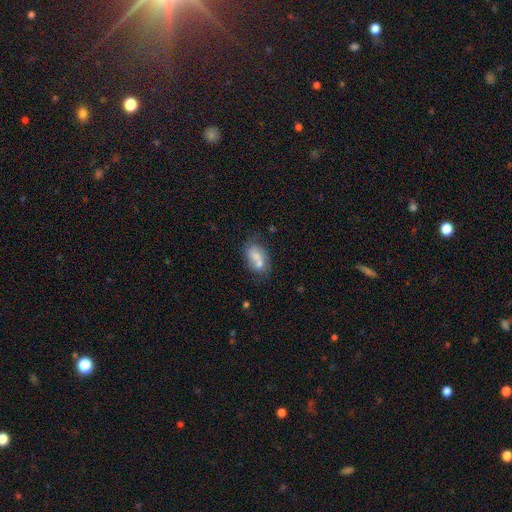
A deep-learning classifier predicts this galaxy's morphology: A smooth galaxy with no disk features (60%) that is in between round and cigar-shaped (83%).

Vote fractions:
- Smooth or featured? smooth: 60% / featured or disk: 31% / star or artifact: 10%
- How rounded? in between: 83% / round: 14% / cigar-shaped: 3%
- Merging? none: 39% / merger: 38% / minor disturbance: 16% / major disturbance: 7%